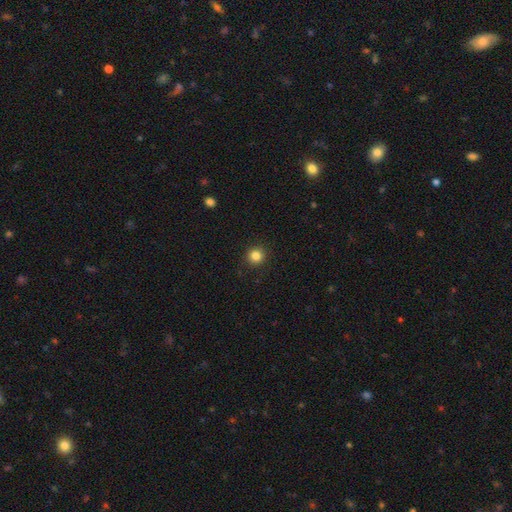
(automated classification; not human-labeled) Smooth or featured? Predicted: smooth (p=0.84). How rounded? Predicted: round (p=0.94). Merging? Predicted: none (p=0.92).